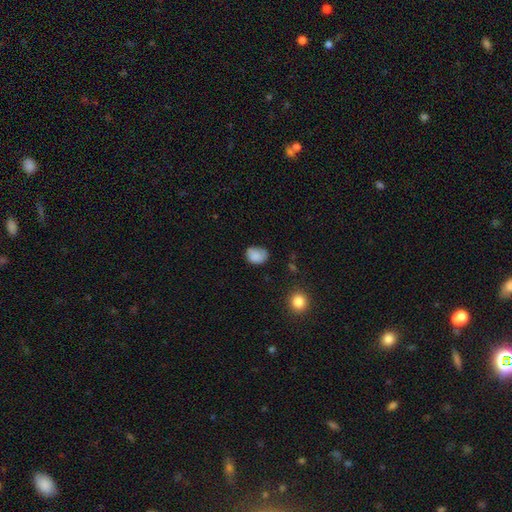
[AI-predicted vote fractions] Smooth or featured: smooth — 85% (star or artifact — 9%)
How rounded: in between — 60% (round — 40%)
Merging: none — 57% (minor disturbance — 33%)